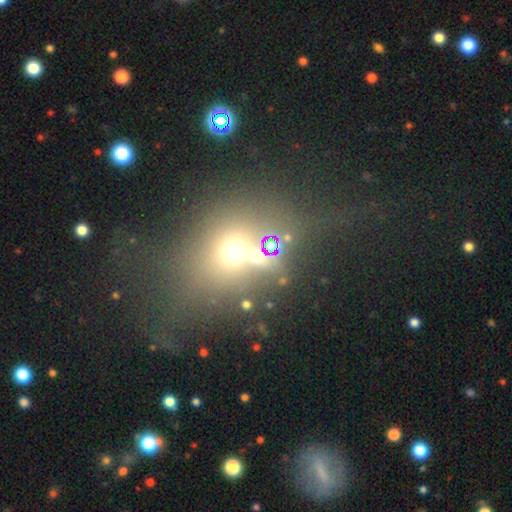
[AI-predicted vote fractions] Q: Smooth or featured?
A: smooth (53%); runner-up: star or artifact (35%)
Q: How rounded?
A: round (70%); runner-up: in between (28%)
Q: Merging?
A: none (56%); runner-up: merger (26%)